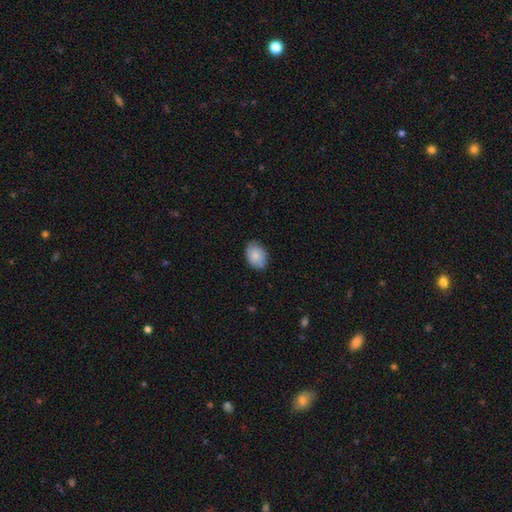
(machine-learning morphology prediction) This appears to be a smooth galaxy with no disk features (81%) that is in between round and cigar-shaped (83%). Merging: none (80%).